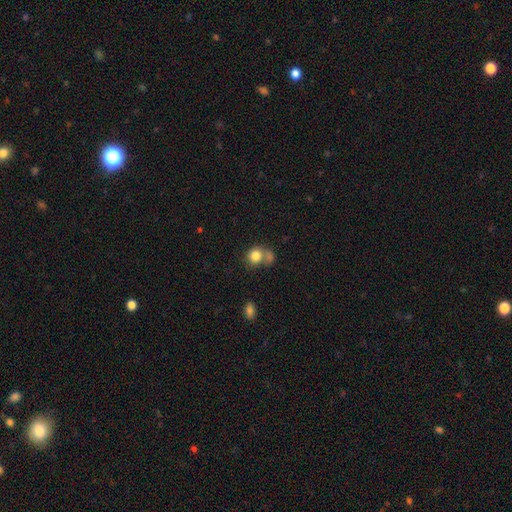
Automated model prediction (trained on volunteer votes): smooth 80%, featured or disk 11%, star or artifact 9%. Down the decision tree: how rounded — round (74%); merging — merger (40%).